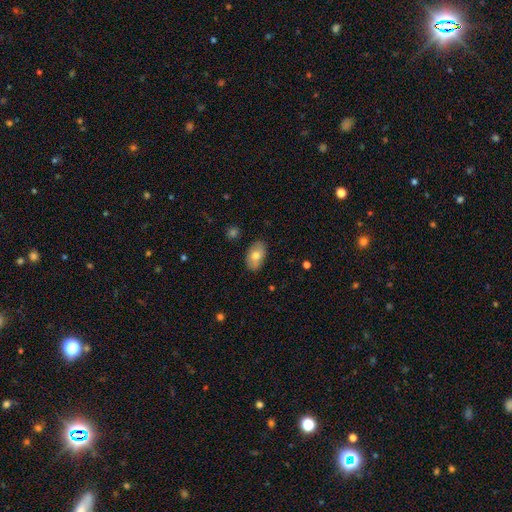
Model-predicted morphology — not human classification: Smooth or featured?
  - smooth: 74% *
  - featured or disk: 19%
  - star or artifact: 7%
How rounded?
  - in between: 92% *
  - round: 6%
  - cigar-shaped: 2%
Merging?
  - none: 84% *
  - minor disturbance: 12%
  - major disturbance: 2%
  - merger: 2%